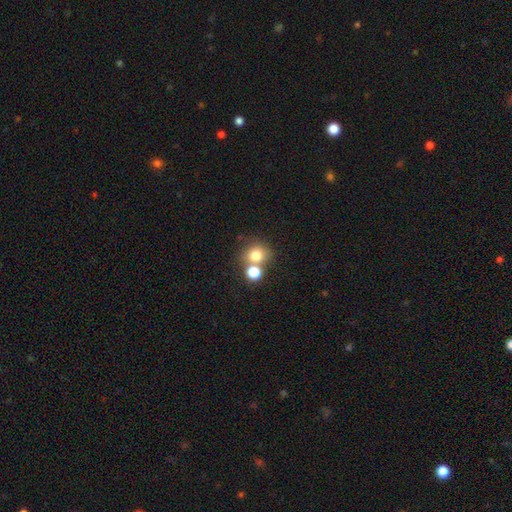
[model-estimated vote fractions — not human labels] Smooth or featured: smooth — 77% (star or artifact — 13%)
How rounded: round — 82% (in between — 17%)
Merging: none — 52% (merger — 38%)